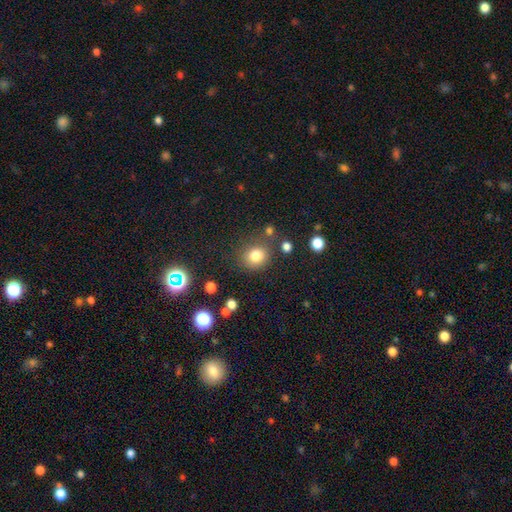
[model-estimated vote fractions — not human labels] Morphology: type=smooth (80%); roundness=round (77%); merging=none (76%).